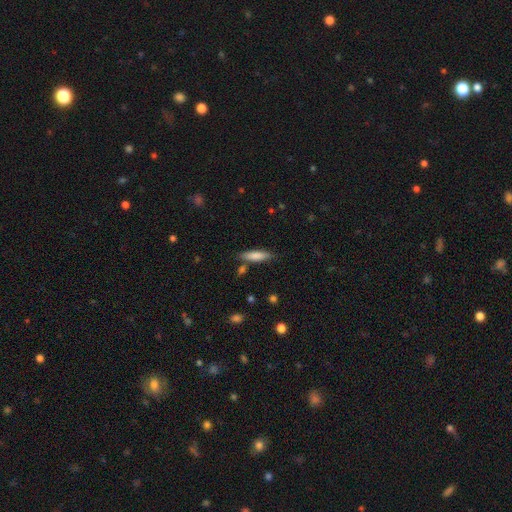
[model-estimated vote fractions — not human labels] This is likely a smooth galaxy (79%). How rounded: likely cigar-shaped (68%). Merging: likely none (79%).